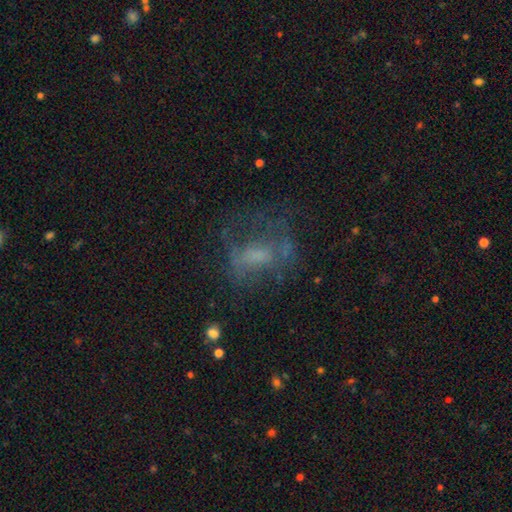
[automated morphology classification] Smooth or featured: featured or disk — 49% (smooth — 32%)
Merging: none — 46% (major disturbance — 32%)